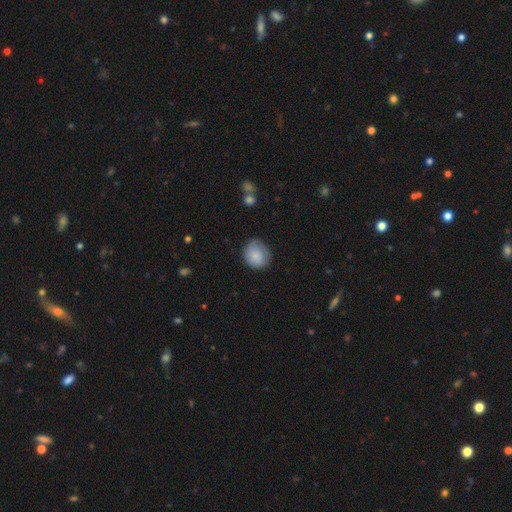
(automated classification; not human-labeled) Smooth or featured? smooth (85%)
How rounded? round (78%)
Merging? none (69%)